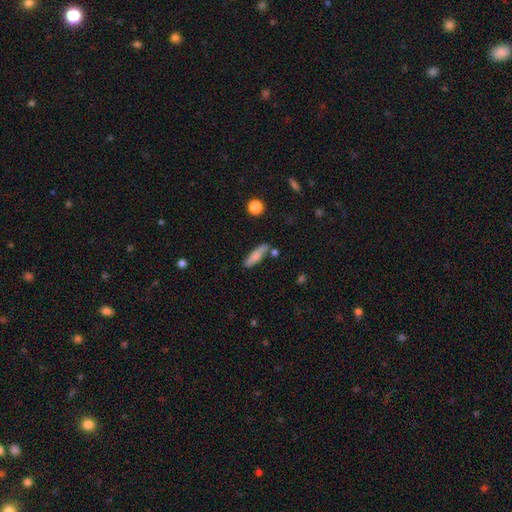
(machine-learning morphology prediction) This appears to be a smooth galaxy with no disk features (74%) that is cigar-shaped (70%). Merging: none (74%).